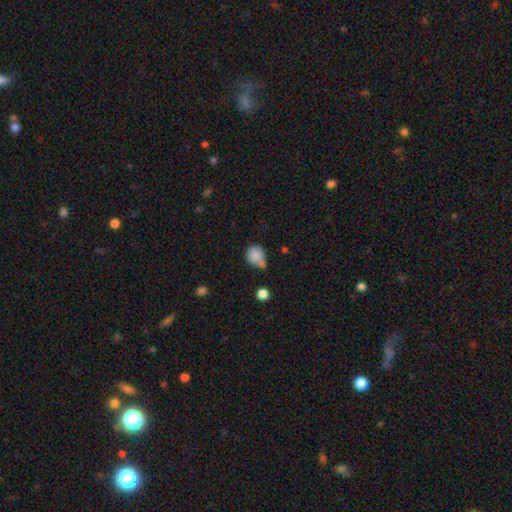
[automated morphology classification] smooth_or_featured: smooth (p=0.83) [alt: star or artifact p=0.09]
how_rounded: round (p=0.77) [alt: in between p=0.22]
merging: none (p=0.41) [alt: merger p=0.26]